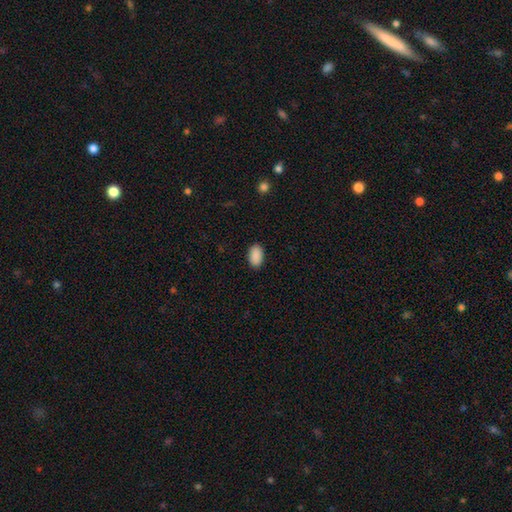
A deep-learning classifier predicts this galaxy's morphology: This is clearly a smooth galaxy (91%). How rounded: clearly in between (94%). Merging: clearly none (90%).